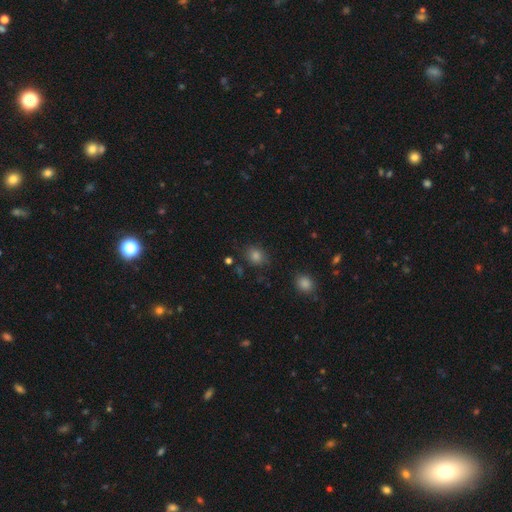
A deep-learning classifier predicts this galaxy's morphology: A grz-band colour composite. It shows a smooth galaxy with no disk features (77%) that is round (59%). Merging: none (79%).